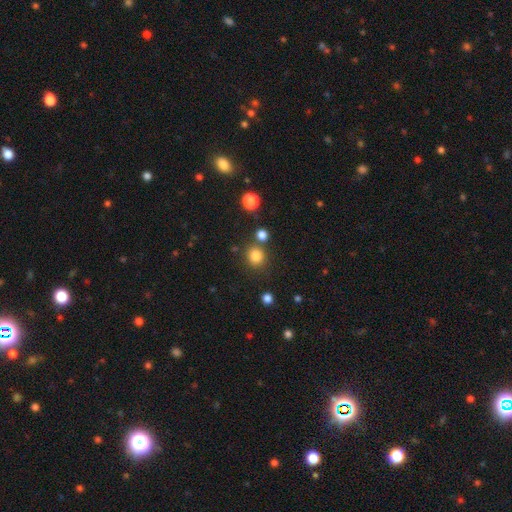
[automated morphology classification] smooth_or_featured: smooth (p=0.82) [alt: star or artifact p=0.13]
how_rounded: round (p=0.87) [alt: in between p=0.12]
merging: none (p=0.77) [alt: merger p=0.11]